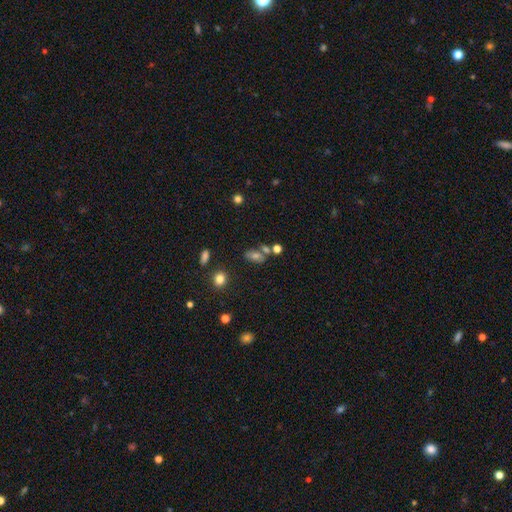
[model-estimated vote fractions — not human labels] Smooth or featured? Predicted: smooth (p=0.57). How rounded? Predicted: in between (p=0.74). Merging? Predicted: none (p=0.55).